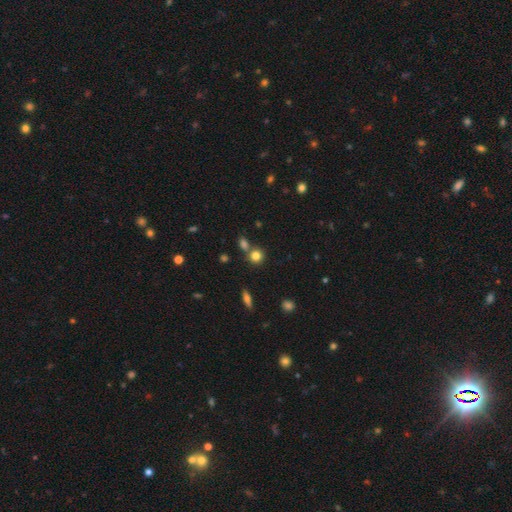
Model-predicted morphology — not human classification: Smooth or featured: smooth — 80% (star or artifact — 13%)
How rounded: round — 85% (in between — 13%)
Merging: none — 62% (merger — 26%)